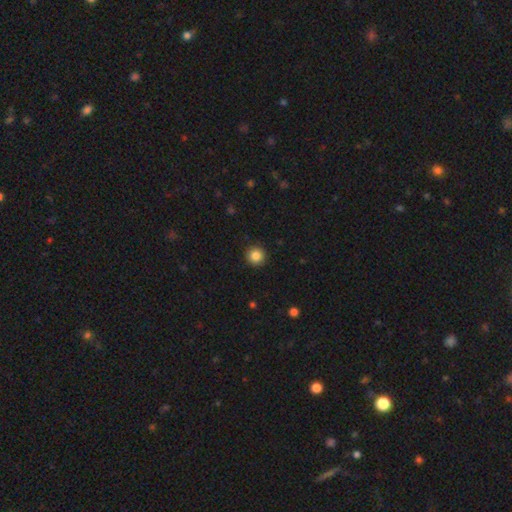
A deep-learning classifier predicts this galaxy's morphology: Smooth or featured?
  - smooth: 87% *
  - star or artifact: 9%
  - featured or disk: 4%
How rounded?
  - round: 96% *
  - in between: 3%
  - cigar-shaped: 1%
Merging?
  - none: 92% *
  - minor disturbance: 5%
  - major disturbance: 2%
  - merger: 1%